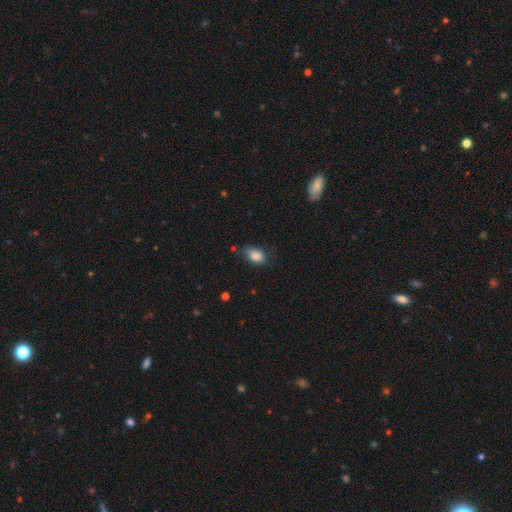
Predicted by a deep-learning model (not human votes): Smooth or featured?
  - smooth: 86% *
  - star or artifact: 8%
  - featured or disk: 6%
How rounded?
  - in between: 84% *
  - round: 14%
  - cigar-shaped: 2%
Merging?
  - none: 68% *
  - minor disturbance: 24%
  - major disturbance: 6%
  - merger: 2%